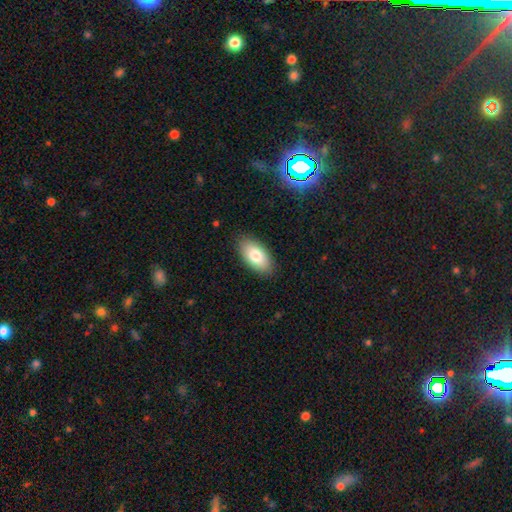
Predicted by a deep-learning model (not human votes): The model was most divided on "smooth or featured": smooth: 80%, featured or disk: 13%, star or artifact: 7%. More confident: how rounded — in between (94%); merging — none (87%).